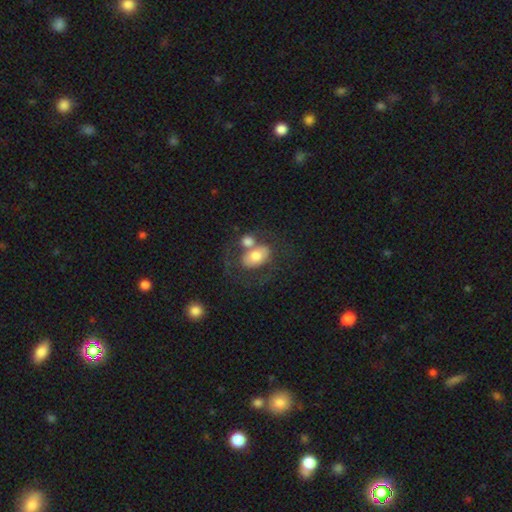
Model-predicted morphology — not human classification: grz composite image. It shows a smooth galaxy with no disk features (57%) that is in between round and cigar-shaped (75%). Merging: merger (45%).